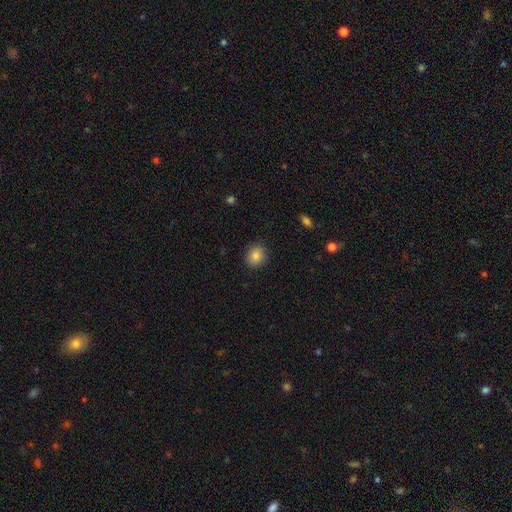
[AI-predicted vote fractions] Smooth or featured: smooth — 85% (star or artifact — 9%)
How rounded: round — 69% (in between — 30%)
Merging: none — 88% (minor disturbance — 8%)